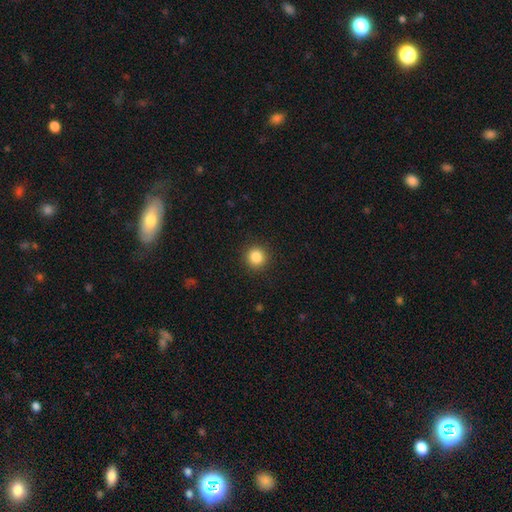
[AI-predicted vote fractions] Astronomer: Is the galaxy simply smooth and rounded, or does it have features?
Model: smooth — 86%.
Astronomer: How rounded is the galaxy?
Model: round — 94%.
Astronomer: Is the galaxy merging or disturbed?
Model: none — 92%.